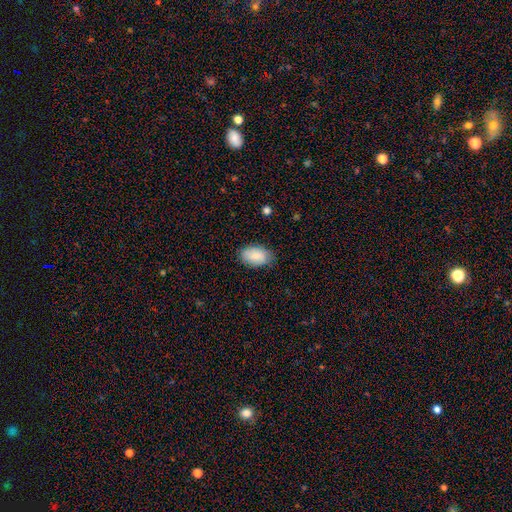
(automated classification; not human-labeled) Smooth or featured? smooth (82%)
How rounded? in between (92%)
Merging? none (79%)